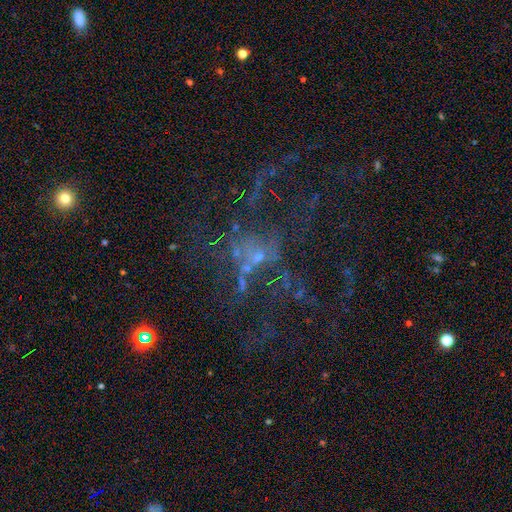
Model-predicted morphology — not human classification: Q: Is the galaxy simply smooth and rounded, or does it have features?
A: star or artifact — 41%, tied with featured or disk.